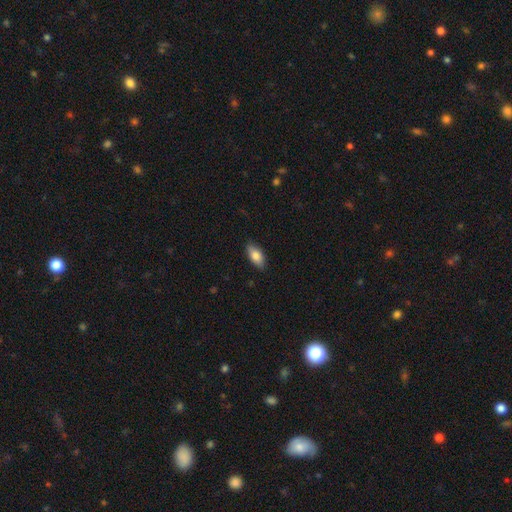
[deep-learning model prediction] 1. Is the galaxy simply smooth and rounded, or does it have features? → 80% smooth, 14% featured or disk, 6% star or artifact.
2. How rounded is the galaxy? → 88% in between, 9% cigar-shaped, 3% round.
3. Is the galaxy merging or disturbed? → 86% none, 11% minor disturbance, 2% major disturbance, 1% merger.